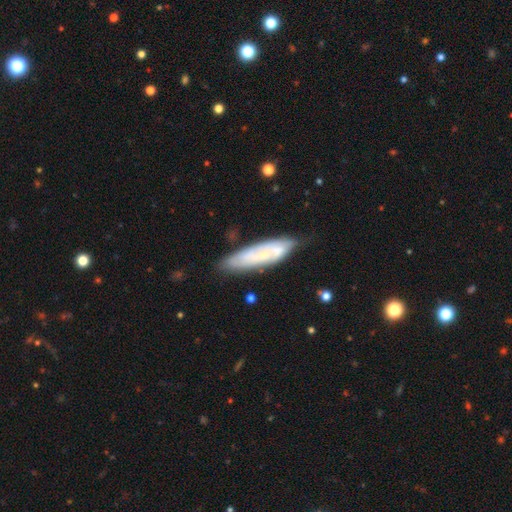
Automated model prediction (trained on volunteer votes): Smooth or featured? featured or disk (51%)
Edge-on disk? no (65%)
Merging? none (70%)